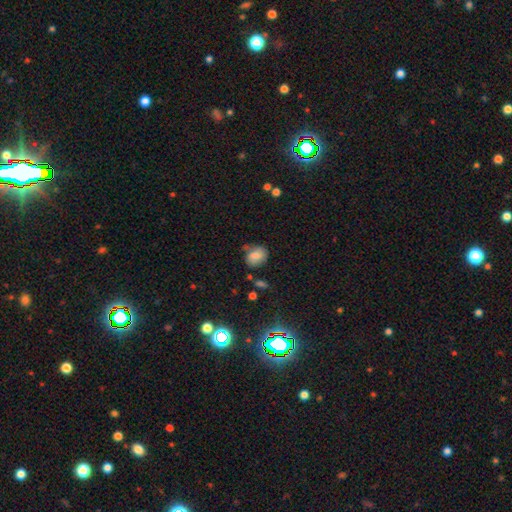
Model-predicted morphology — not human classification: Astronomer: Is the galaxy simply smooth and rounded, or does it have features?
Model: smooth — 71%.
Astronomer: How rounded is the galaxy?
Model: round — 50% (runner-up: in between, 49%).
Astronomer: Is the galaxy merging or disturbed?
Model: none — 60%.